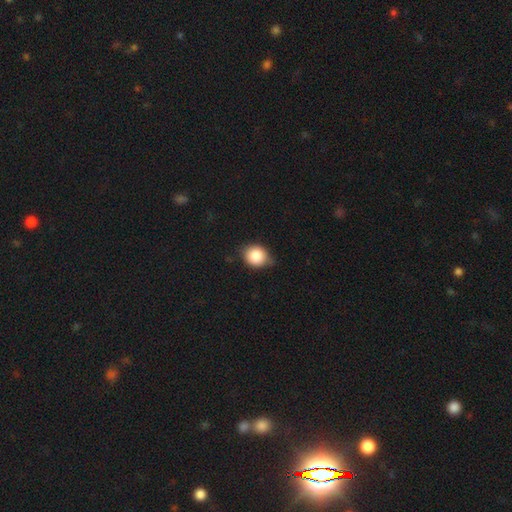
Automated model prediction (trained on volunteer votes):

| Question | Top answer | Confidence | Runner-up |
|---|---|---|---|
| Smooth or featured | smooth | 85% | star or artifact (9%) |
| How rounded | round | 71% | in between (28%) |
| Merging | none | 61% | minor disturbance (32%) |